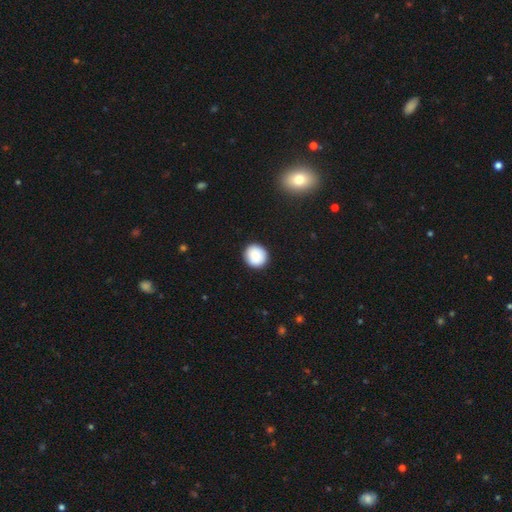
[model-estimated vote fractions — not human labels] A smooth galaxy with no disk features (86%) that is round (92%). Merging: none (91%).